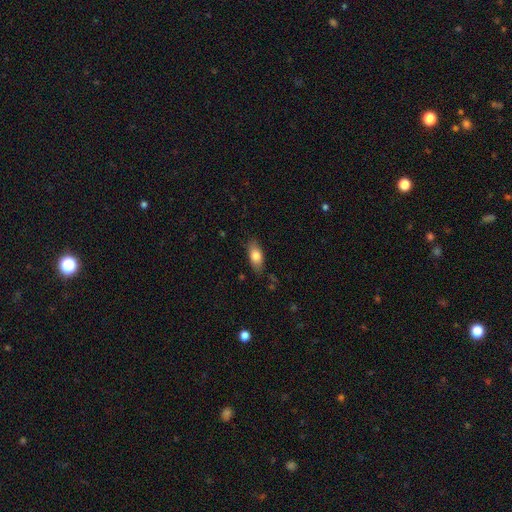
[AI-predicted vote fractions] Q: Smooth or featured?
A: smooth (77%); runner-up: featured or disk (16%)
Q: How rounded?
A: in between (82%); runner-up: cigar-shaped (14%)
Q: Merging?
A: none (82%); runner-up: minor disturbance (13%)